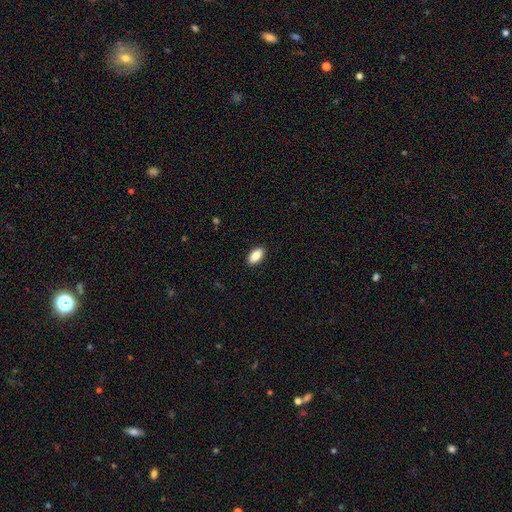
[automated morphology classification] type=smooth (87%); roundness=in between (91%); merging=none (90%).